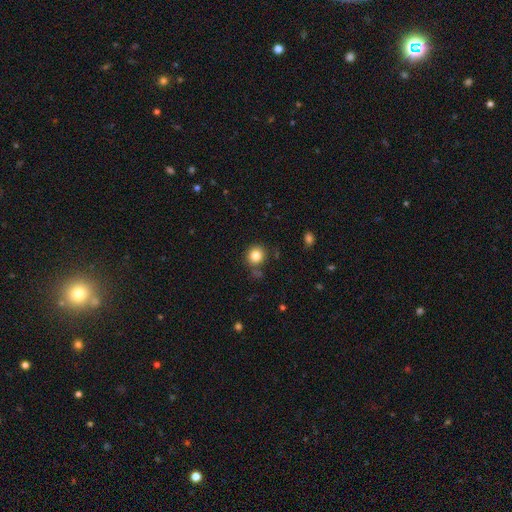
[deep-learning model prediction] smooth_or_featured: smooth (p=0.83) [alt: star or artifact p=0.11]
how_rounded: round (p=0.87) [alt: in between p=0.12]
merging: none (p=0.79) [alt: minor disturbance p=0.12]